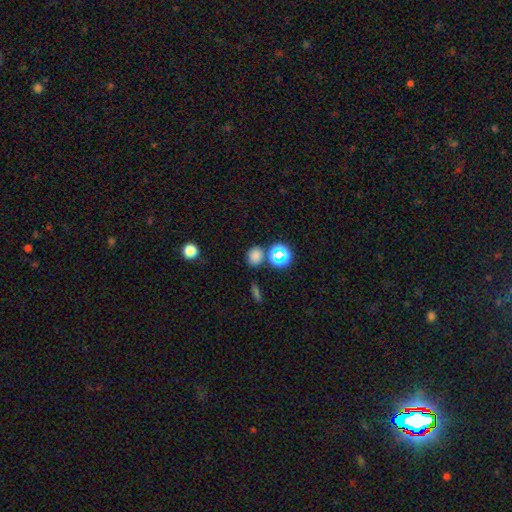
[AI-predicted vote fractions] Smooth or featured? smooth (72%)
How rounded? round (59%)
Merging? none (76%)